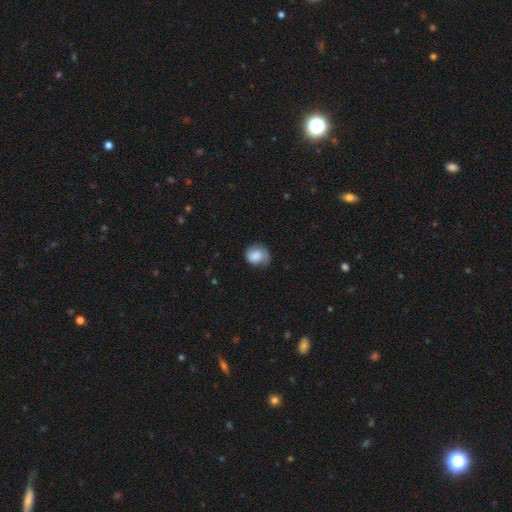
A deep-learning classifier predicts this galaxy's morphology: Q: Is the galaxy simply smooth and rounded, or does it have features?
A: smooth — 74%.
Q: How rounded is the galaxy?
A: round — 66%.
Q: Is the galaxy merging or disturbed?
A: none — 47%.